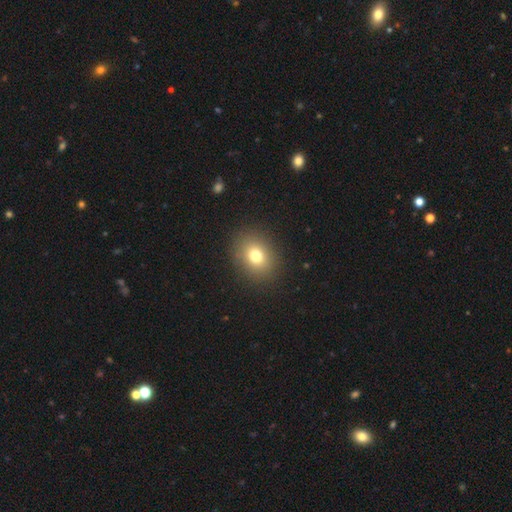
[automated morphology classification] Smooth or featured?
  - smooth: 76% *
  - star or artifact: 14%
  - featured or disk: 11%
How rounded?
  - round: 58% *
  - in between: 41%
  - cigar-shaped: 1%
Merging?
  - none: 89% *
  - minor disturbance: 7%
  - major disturbance: 3%
  - merger: 1%